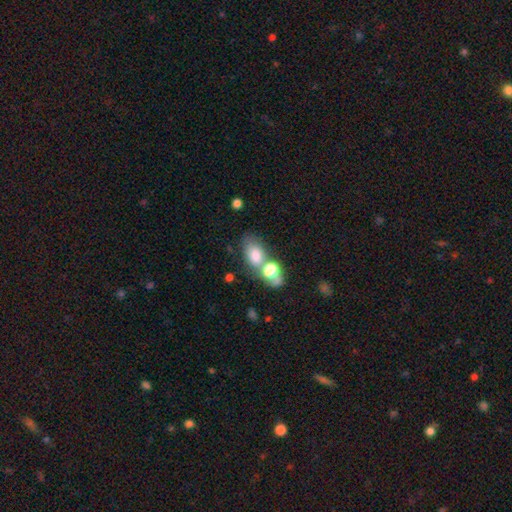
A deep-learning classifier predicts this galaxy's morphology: smooth_or_featured: smooth (p=0.73) [alt: featured or disk p=0.16]
how_rounded: in between (p=0.80) [alt: round p=0.18]
merging: merger (p=0.45) [alt: none p=0.34]